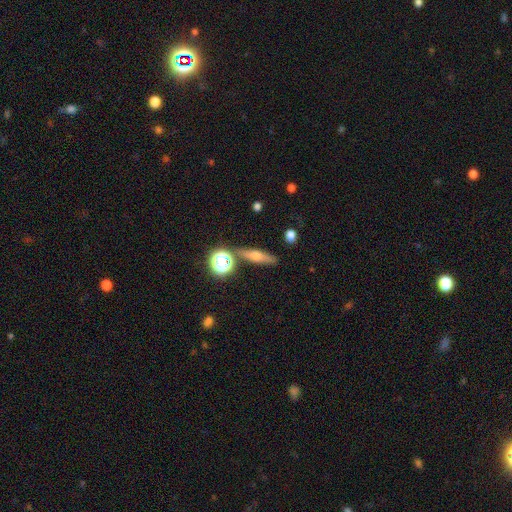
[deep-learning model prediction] A smooth galaxy with no disk features (43%, tied with featured or disk).

Vote fractions:
- Smooth or featured? smooth: 43% (tied) / featured or disk: 43% (tied) / star or artifact: 14%
- Merging? none: 82% / minor disturbance: 9% / merger: 6% / major disturbance: 3%